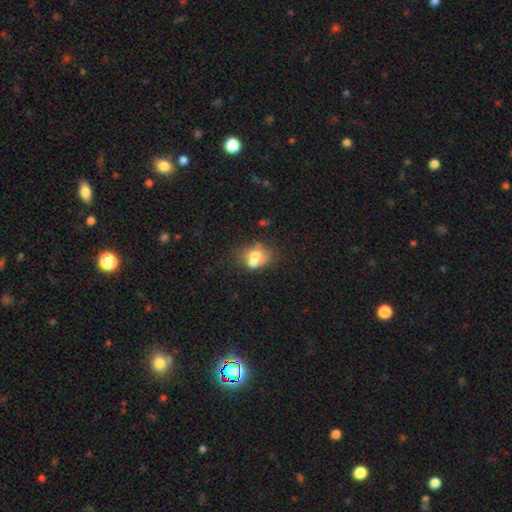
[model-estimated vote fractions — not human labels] Smooth or featured? smooth (57%)
How rounded? in between (53%)
Merging? merger (51%)